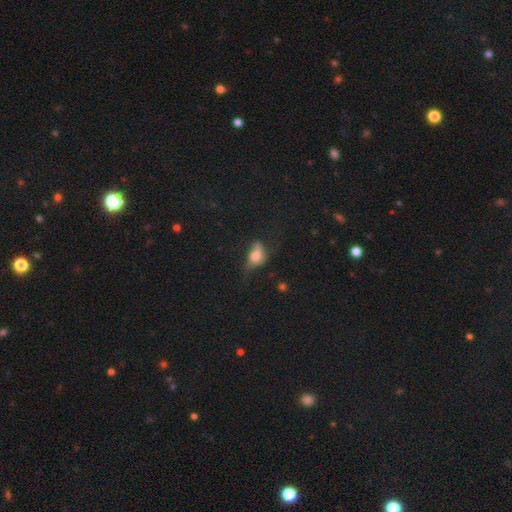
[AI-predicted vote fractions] This is likely a smooth galaxy (62%). How rounded: likely in between (78%). Merging: marginally minor disturbance (32%, tied with major disturbance).